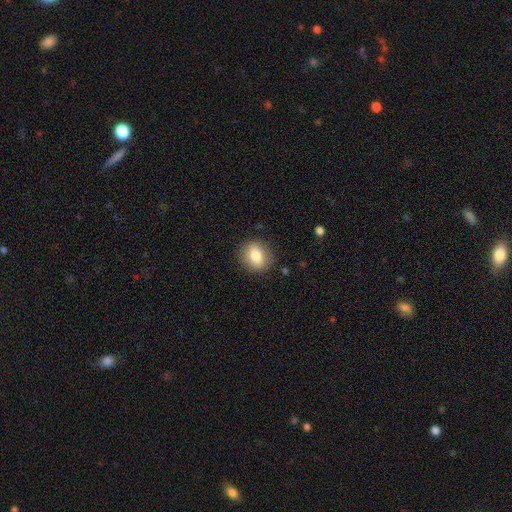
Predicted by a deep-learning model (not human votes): This is likely a smooth galaxy (79%). How rounded: possibly round (58%). Merging: clearly none (86%).